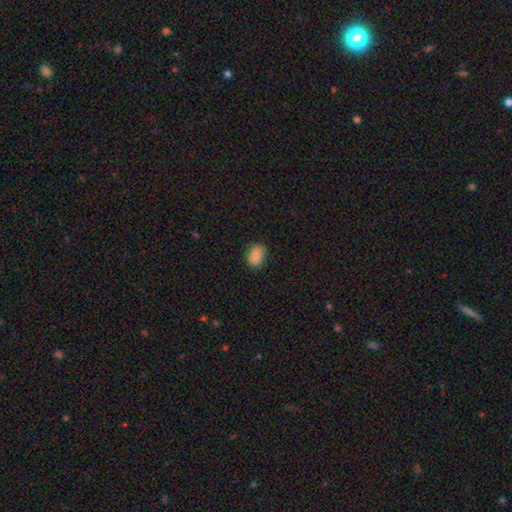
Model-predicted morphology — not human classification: The model was most divided on "how rounded": in between: 65%, round: 34%, cigar-shaped: 1%. More confident: smooth or featured — smooth (79%); merging — none (76%).